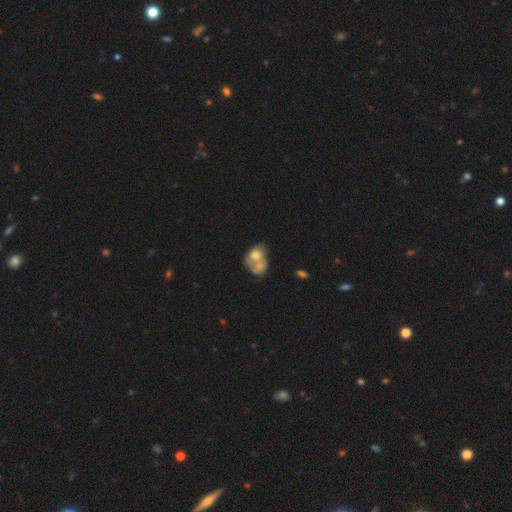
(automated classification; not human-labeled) This is likely a smooth galaxy (61%). How rounded: possibly in between (58%). Merging: likely merger (68%).